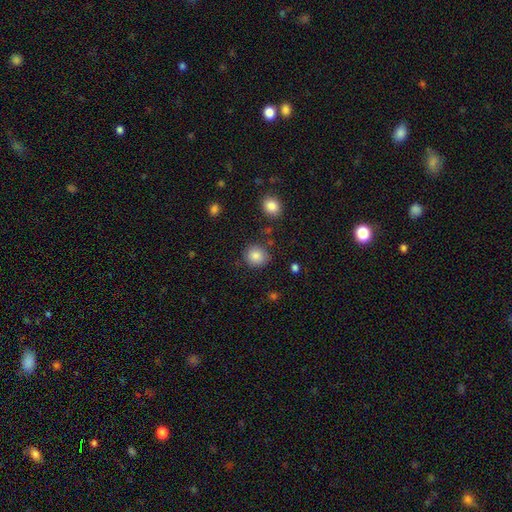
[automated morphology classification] smooth 86%, star or artifact 9%, featured or disk 5%. Down the decision tree: how rounded — round (85%); merging — none (84%).